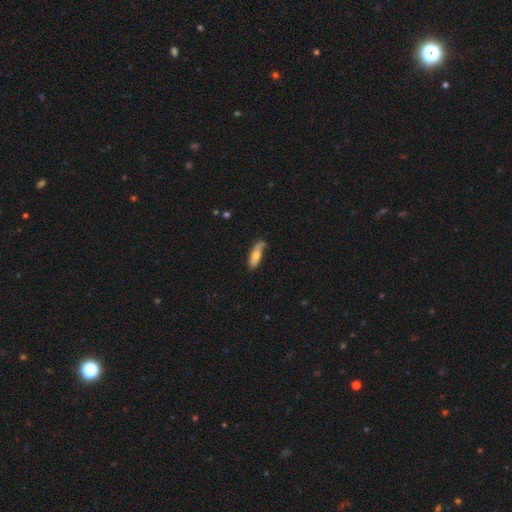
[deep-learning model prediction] This appears to be a smooth galaxy with no disk features (63%) that is in between round and cigar-shaped (49%, tied with cigar-shaped). Merging: none (61%).